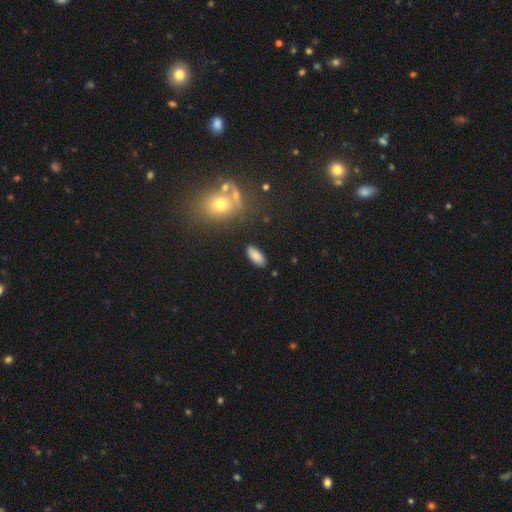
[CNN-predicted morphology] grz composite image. It shows a smooth galaxy with no disk features (85%) that is in between round and cigar-shaped (86%). Merging: none (86%).